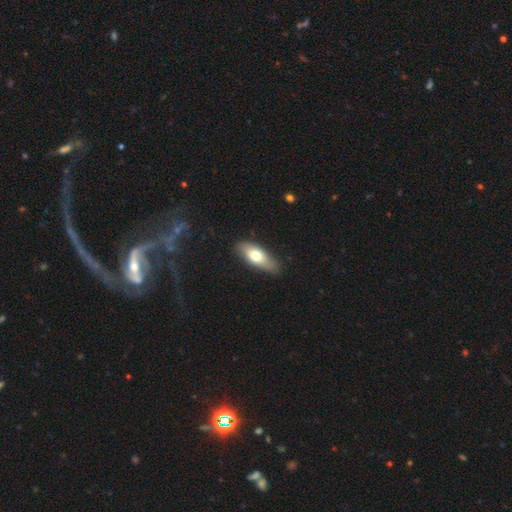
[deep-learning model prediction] smooth-or-featured: smooth: 65% | featured or disk: 29% | star or artifact: 6%
  how-rounded: in between: 75% | cigar-shaped: 22% | round: 3%
  merging: none: 80% | minor disturbance: 16% | major disturbance: 3% | merger: 1%